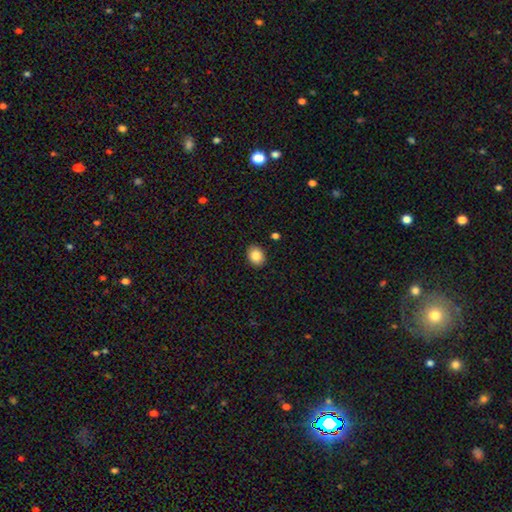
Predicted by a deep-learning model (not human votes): A smooth galaxy with no disk features (85%) that is in between round and cigar-shaped (52%).

Vote fractions:
- Smooth or featured? smooth: 85% / star or artifact: 9% / featured or disk: 6%
- How rounded? in between: 52% / round: 47% / cigar-shaped: 1%
- Merging? none: 90% / minor disturbance: 7% / major disturbance: 2% / merger: 1%